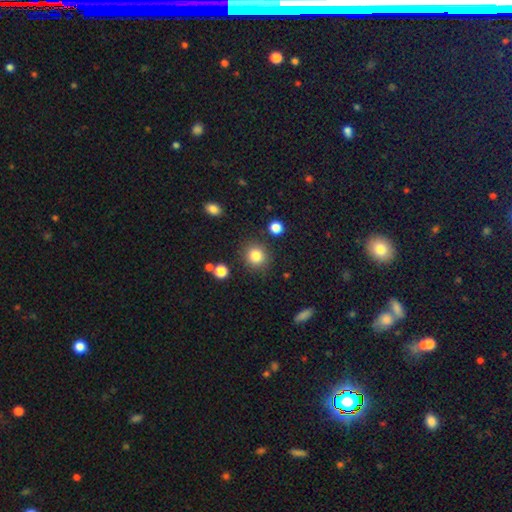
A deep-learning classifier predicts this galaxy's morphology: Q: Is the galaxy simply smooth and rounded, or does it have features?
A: smooth — 84%.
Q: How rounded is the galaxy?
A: round — 89%.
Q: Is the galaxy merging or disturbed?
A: none — 87%.